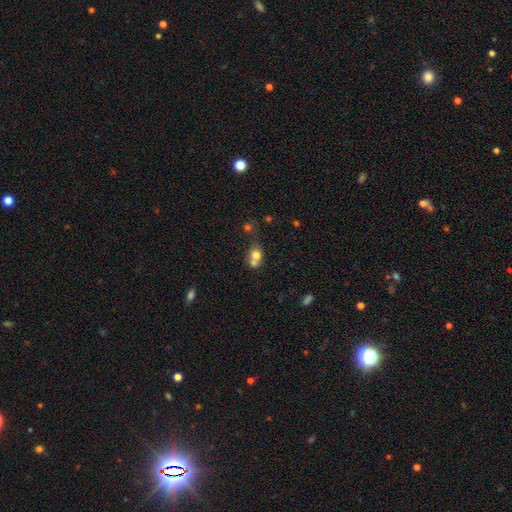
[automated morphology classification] Q: Smooth or featured?
A: smooth (72%); runner-up: featured or disk (16%)
Q: How rounded?
A: round (61%); runner-up: in between (38%)
Q: Merging?
A: merger (58%); runner-up: none (29%)